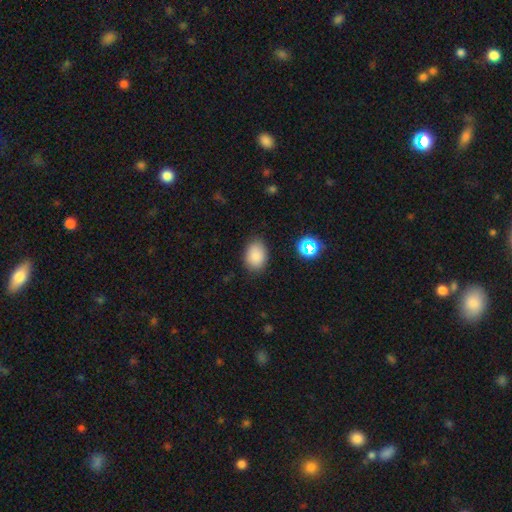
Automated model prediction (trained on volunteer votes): smooth-or-featured: smooth: 84% | star or artifact: 10% | featured or disk: 5%
  how-rounded: in between: 73% | round: 26% | cigar-shaped: 1%
  merging: none: 82% | minor disturbance: 13% | major disturbance: 3% | merger: 2%